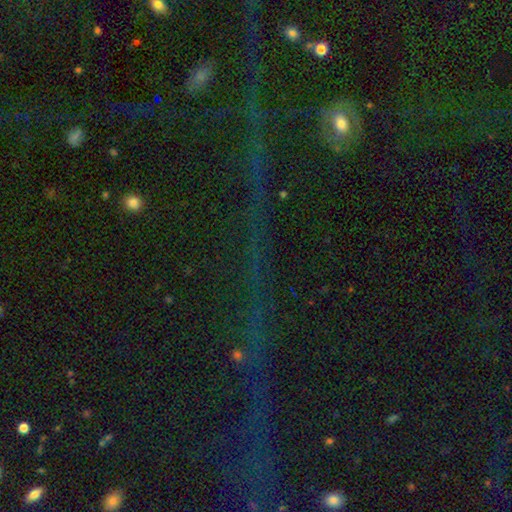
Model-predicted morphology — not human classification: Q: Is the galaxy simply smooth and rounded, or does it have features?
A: star or artifact — 76%.